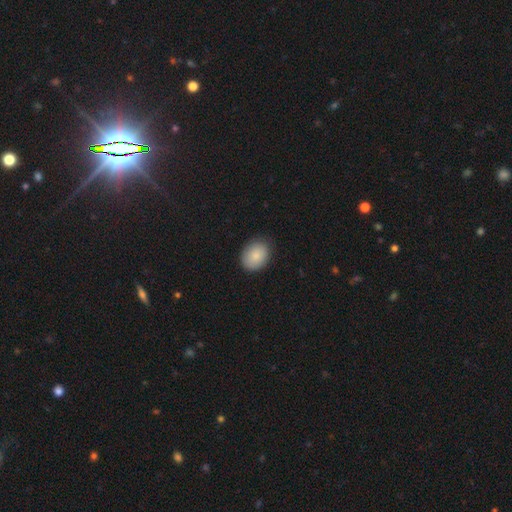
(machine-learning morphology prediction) Q: Smooth or featured?
A: smooth (86%); runner-up: star or artifact (7%)
Q: How rounded?
A: in between (61%); runner-up: round (38%)
Q: Merging?
A: none (83%); runner-up: minor disturbance (13%)